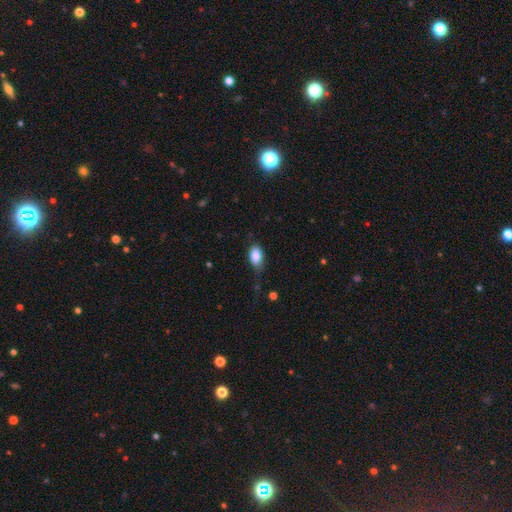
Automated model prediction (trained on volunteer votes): Smooth or featured? Predicted: smooth (p=0.86). How rounded? Predicted: in between (p=0.90). Merging? Predicted: none (p=0.63).